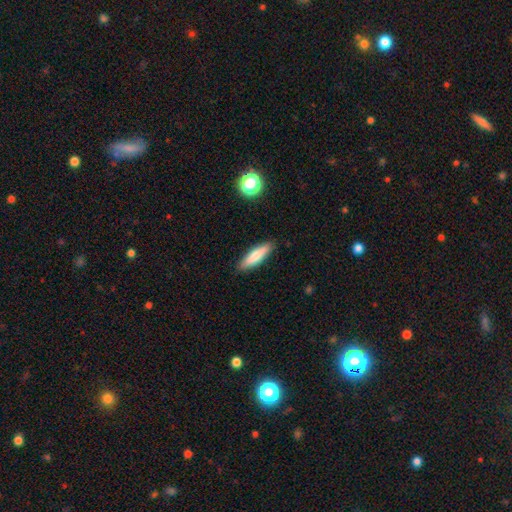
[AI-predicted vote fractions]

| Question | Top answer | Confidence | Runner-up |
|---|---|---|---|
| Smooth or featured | smooth | 72% | featured or disk (21%) |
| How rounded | cigar-shaped | 68% | in between (30%) |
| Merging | none | 88% | minor disturbance (9%) |